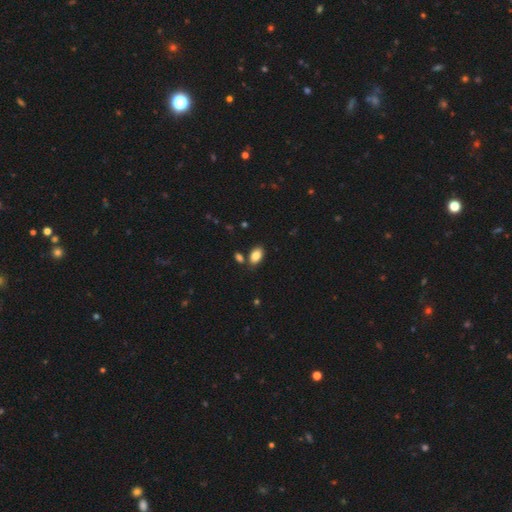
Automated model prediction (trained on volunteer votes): smooth_or_featured: smooth (p=0.86) [alt: star or artifact p=0.08]
how_rounded: in between (p=0.92) [alt: round p=0.06]
merging: none (p=0.76) [alt: minor disturbance p=0.11]